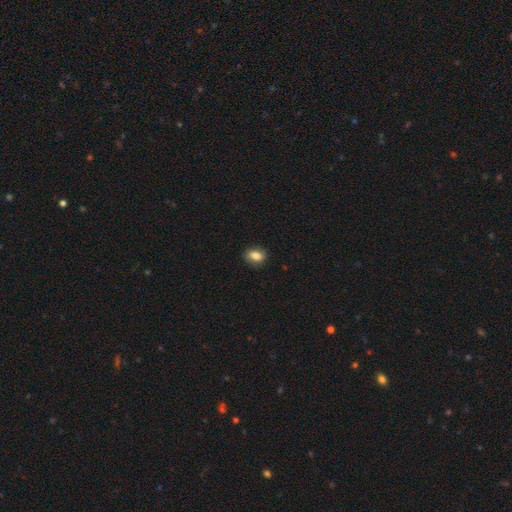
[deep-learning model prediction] Smooth or featured?
  - smooth: 84% *
  - star or artifact: 9%
  - featured or disk: 8%
How rounded?
  - in between: 72% *
  - round: 26%
  - cigar-shaped: 2%
Merging?
  - none: 84% *
  - minor disturbance: 12%
  - major disturbance: 3%
  - merger: 1%